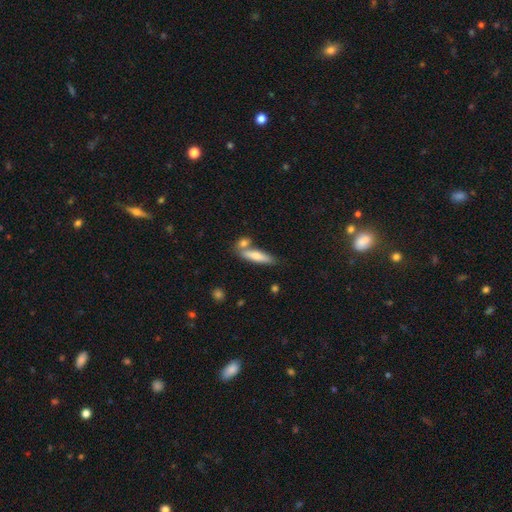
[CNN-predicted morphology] Smooth or featured: smooth — 71% (featured or disk — 23%)
How rounded: cigar-shaped — 74% (in between — 24%)
Merging: none — 59% (merger — 24%)